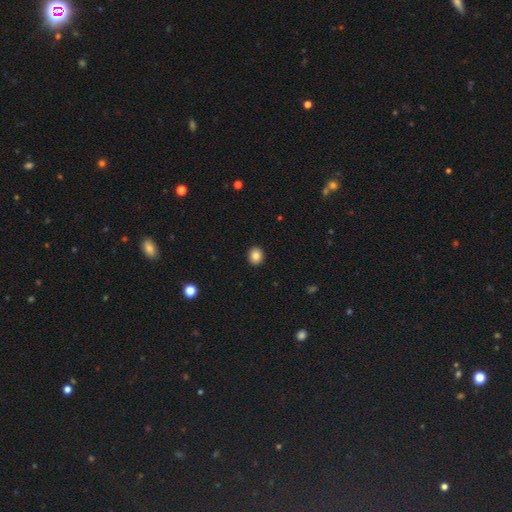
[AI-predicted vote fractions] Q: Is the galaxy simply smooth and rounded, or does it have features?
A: smooth — 85%.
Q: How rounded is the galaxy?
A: round — 77%.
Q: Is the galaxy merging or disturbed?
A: none — 93%.